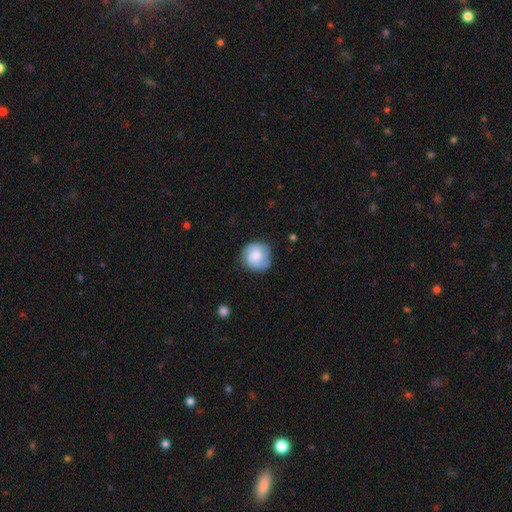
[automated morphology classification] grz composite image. It shows a smooth galaxy with no disk features (64%) that is round (91%). Merging: none (76%).